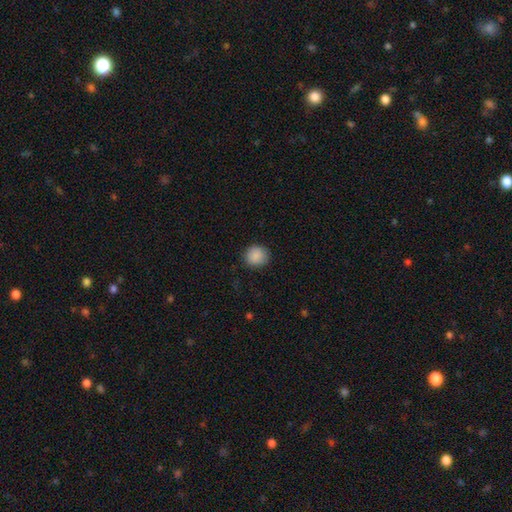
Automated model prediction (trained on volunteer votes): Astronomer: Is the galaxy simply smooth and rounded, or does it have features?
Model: smooth — 89%.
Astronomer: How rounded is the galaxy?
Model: round — 88%.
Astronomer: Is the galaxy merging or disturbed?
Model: none — 89%.